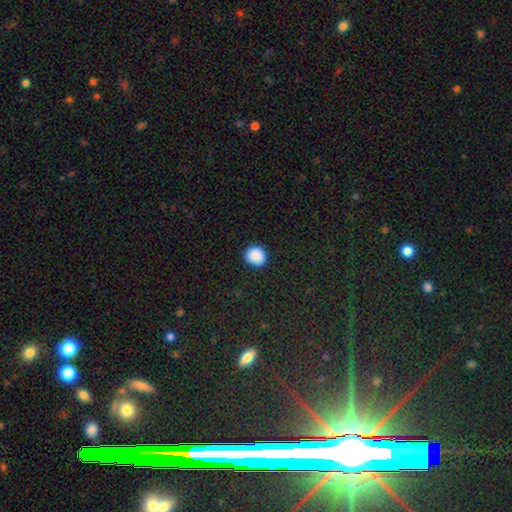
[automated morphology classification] smooth 89%, star or artifact 8%, featured or disk 3%. Down the decision tree: how rounded — round (87%); merging — none (91%).